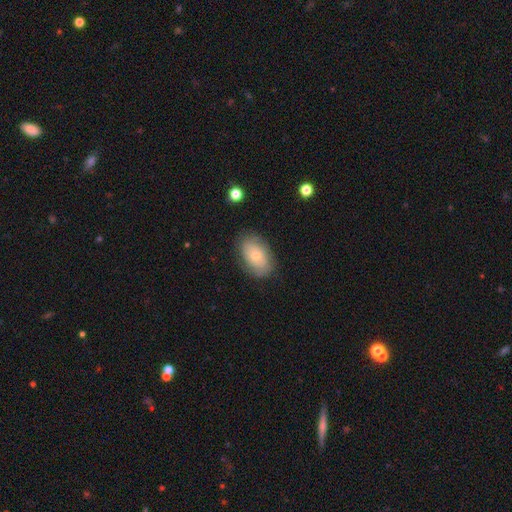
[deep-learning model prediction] This appears to be a smooth galaxy with no disk features (65%) that is in between round and cigar-shaped (88%). Merging: none (80%).